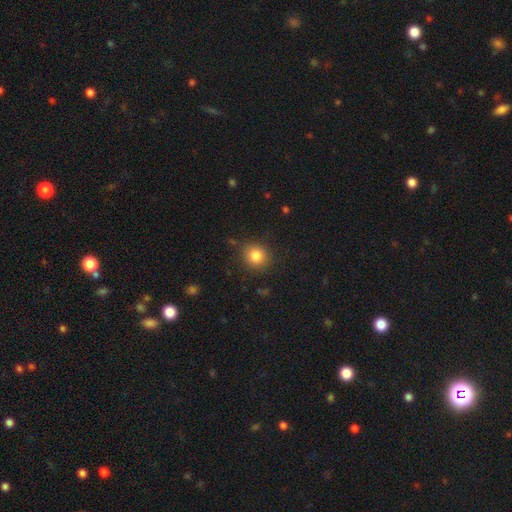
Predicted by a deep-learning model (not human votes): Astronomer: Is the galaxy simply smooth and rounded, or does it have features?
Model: smooth — 83%.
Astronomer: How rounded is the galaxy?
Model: round — 88%.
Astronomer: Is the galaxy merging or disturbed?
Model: none — 86%.